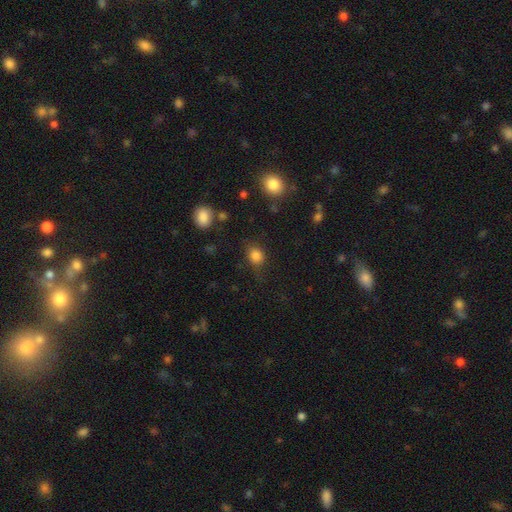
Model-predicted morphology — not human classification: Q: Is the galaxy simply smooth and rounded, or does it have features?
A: smooth — 82%.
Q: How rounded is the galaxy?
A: round — 61%.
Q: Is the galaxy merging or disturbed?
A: none — 71%.